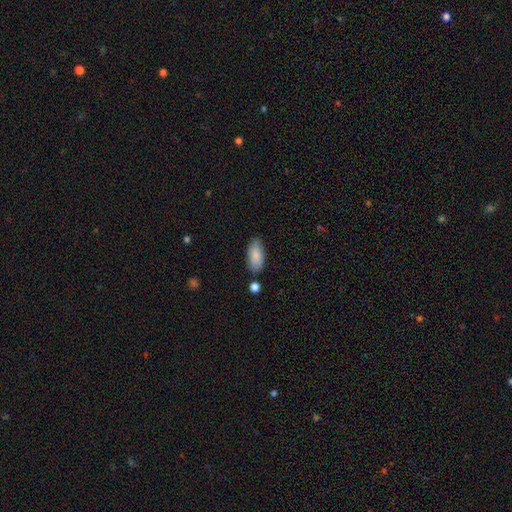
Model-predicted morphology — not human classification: Overall: smooth (86%). How rounded: in between (90%). Merging: none (77%).